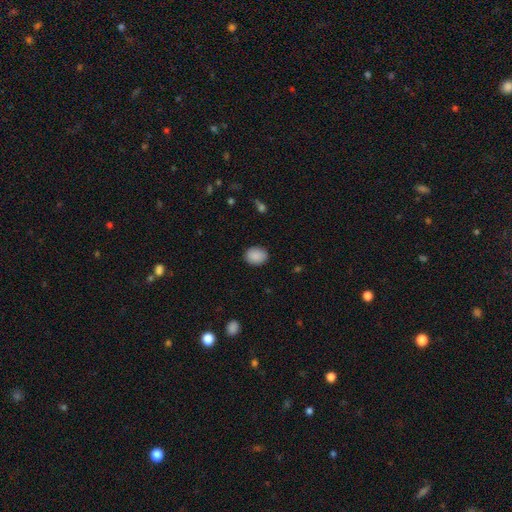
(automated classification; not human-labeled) Overall: smooth (90%). How rounded: in between (51%; round 48%). Merging: none (88%).